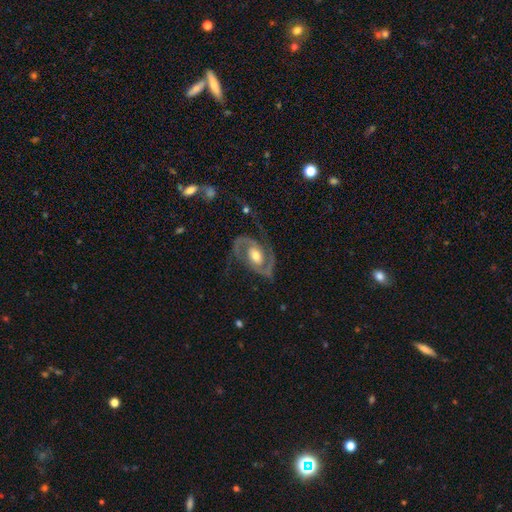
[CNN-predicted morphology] A featured or disk galaxy (91%) with no bar (50%), 2 (92%) medium (54%) spiral arms (96%) and a moderate central bulge (72%).

Vote fractions:
- Smooth or featured? featured or disk: 91% / smooth: 5% / star or artifact: 4%
- Edge-on disk? no: 97% / yes: 3%
- Bar? no: 50% / weak: 35% / strong: 15%
- Spiral arms? yes: 96% / no: 4%
- Spiral winding? medium: 54% / tight: 26% / loose: 19%
- Spiral arm count? 2: 92% / can't tell: 3% / 1: 2% / 3: 2% / 4: 1% / more than 4: 1%
- Bulge size? moderate: 72% / small: 15% / large: 11% / none: 1% / dominant: 1%
- Merging? none: 69% / minor disturbance: 16% / major disturbance: 13% / merger: 2%